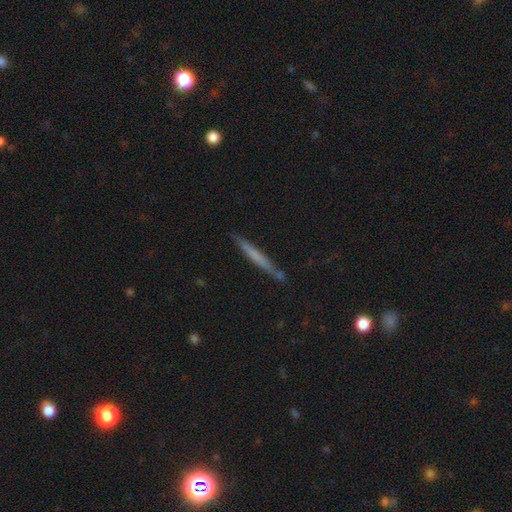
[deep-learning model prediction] smooth 54%, featured or disk 40%, star or artifact 7%. Down the decision tree: how rounded — cigar-shaped (96%); merging — none (81%).